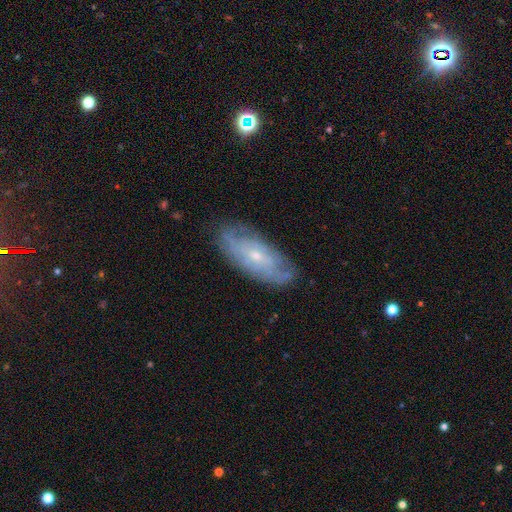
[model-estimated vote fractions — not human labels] This appears to be a featured or disk galaxy (65%) with no bar (71%), spiral arms (74%) and a small central bulge (71%). Merging: none (76%).